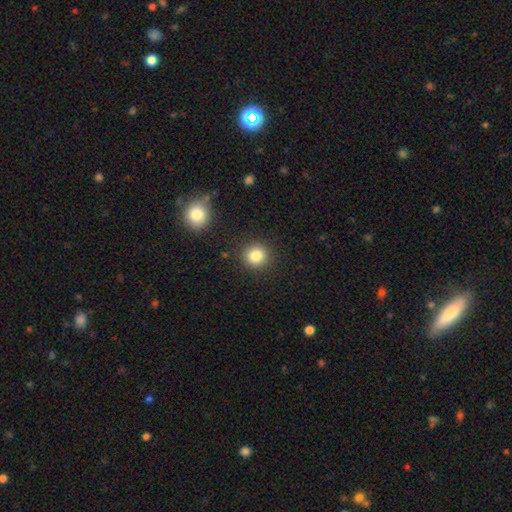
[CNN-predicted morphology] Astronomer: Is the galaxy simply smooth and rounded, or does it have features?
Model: smooth — 83%.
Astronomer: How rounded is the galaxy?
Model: round — 91%.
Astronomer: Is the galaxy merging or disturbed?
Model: none — 89%.